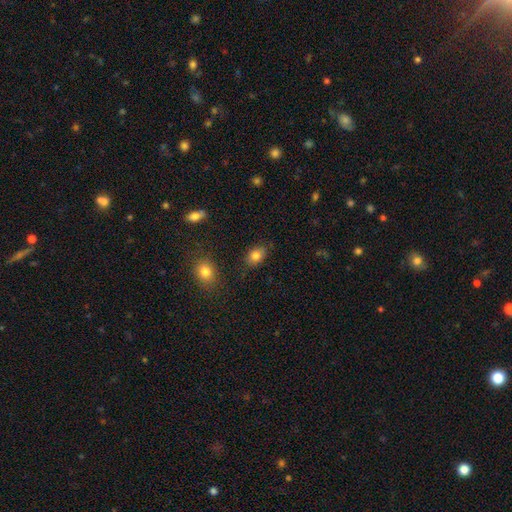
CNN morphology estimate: Smooth or featured? Predicted: smooth (p=0.82). How rounded? Predicted: in between (p=0.75). Merging? Predicted: none (p=0.82).